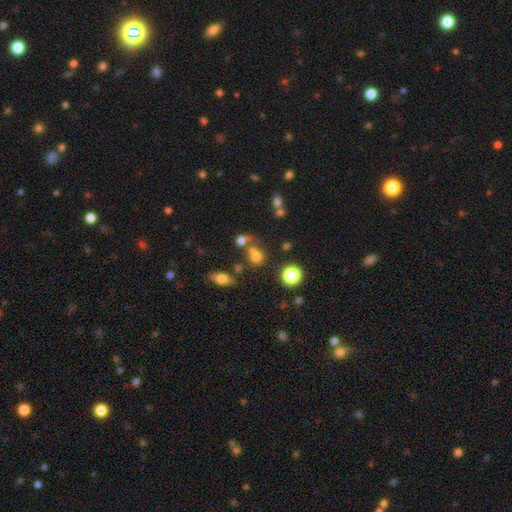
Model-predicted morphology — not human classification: A smooth galaxy with no disk features (68%) that is round (75%). Merging: none (46%).